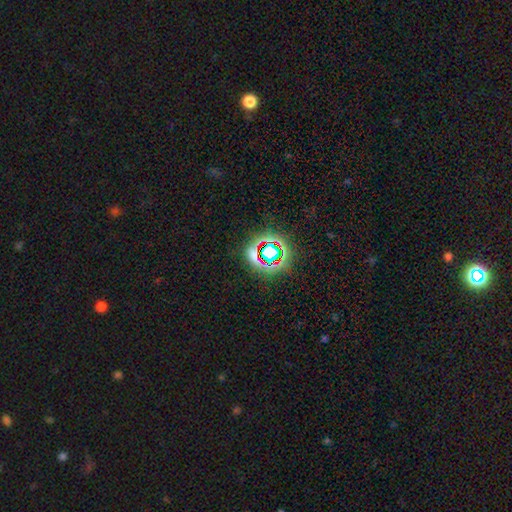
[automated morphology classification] type=star or artifact (61%).